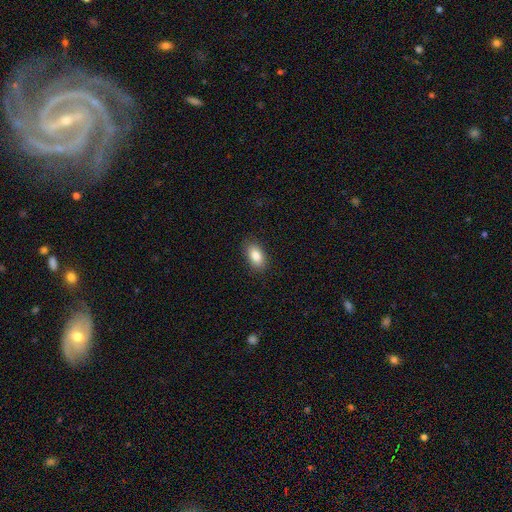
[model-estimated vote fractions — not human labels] smooth-or-featured: smooth: 86% | star or artifact: 7% | featured or disk: 6%
  how-rounded: in between: 92% | round: 5% | cigar-shaped: 3%
  merging: none: 87% | minor disturbance: 9% | major disturbance: 2% | merger: 1%